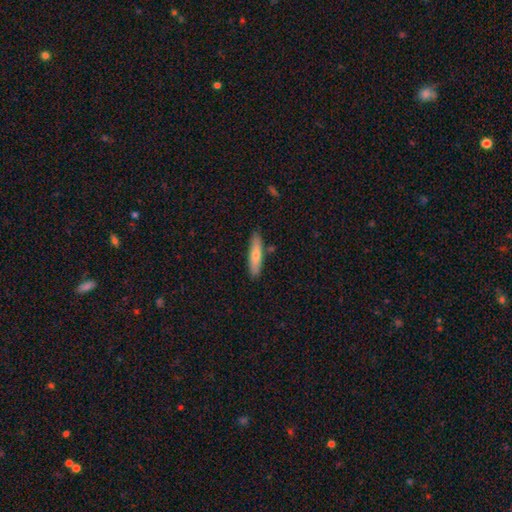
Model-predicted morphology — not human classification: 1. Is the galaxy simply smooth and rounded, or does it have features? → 67% smooth, 27% featured or disk, 6% star or artifact.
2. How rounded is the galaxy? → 77% cigar-shaped, 21% in between, 2% round.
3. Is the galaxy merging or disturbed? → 85% none, 10% minor disturbance, 3% merger, 2% major disturbance.